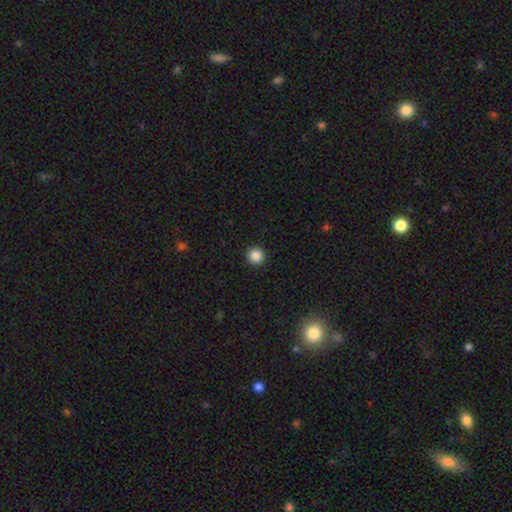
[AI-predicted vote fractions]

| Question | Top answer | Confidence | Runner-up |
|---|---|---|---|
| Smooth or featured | smooth | 86% | star or artifact (10%) |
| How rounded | round | 96% | in between (3%) |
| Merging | none | 94% | minor disturbance (4%) |